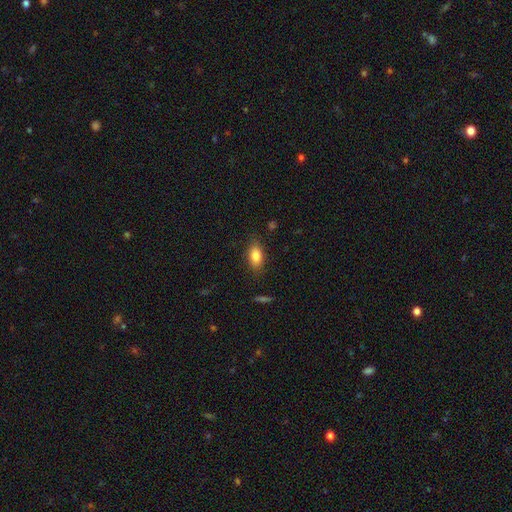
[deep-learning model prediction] The model was most divided on "merging": none: 81%, minor disturbance: 14%, major disturbance: 3%, merger: 1%. More confident: how rounded — in between (88%); smooth or featured — smooth (84%).